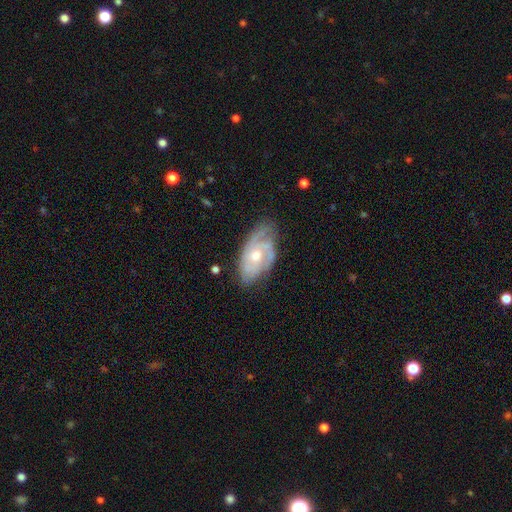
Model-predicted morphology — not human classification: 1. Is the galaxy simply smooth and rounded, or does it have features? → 78% featured or disk, 16% smooth, 6% star or artifact.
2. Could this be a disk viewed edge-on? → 95% no, 5% yes.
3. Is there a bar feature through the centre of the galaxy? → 73% no, 23% weak, 4% strong.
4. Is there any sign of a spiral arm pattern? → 90% yes, 10% no.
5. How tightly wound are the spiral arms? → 54% tight, 35% medium, 11% loose.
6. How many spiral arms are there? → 33% can't tell, 26% 2, 25% 3, 7% 4, 5% 1, 3% more than 4.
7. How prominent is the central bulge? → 60% moderate, 35% small, 3% large, 2% none, 1% dominant.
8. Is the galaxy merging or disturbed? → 65% none, 25% minor disturbance, 8% major disturbance, 2% merger.